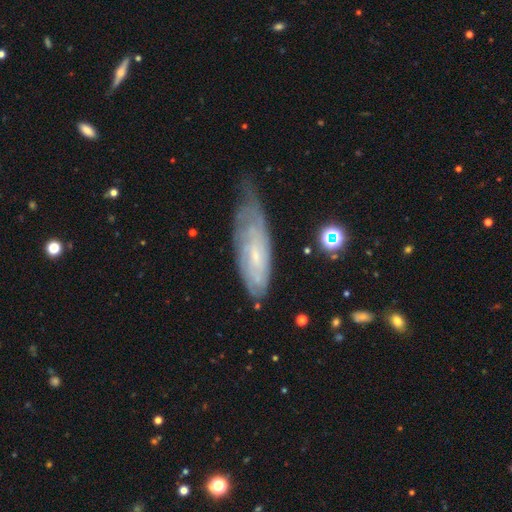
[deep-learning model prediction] A featured or disk galaxy (66%) with no bar (59%), spiral arms (85%) and a small central bulge (70%).

Vote fractions:
- Smooth or featured? featured or disk: 66% / smooth: 26% / star or artifact: 8%
- Edge-on disk? no: 82% / yes: 18%
- Bar? no: 59% / weak: 34% / strong: 7%
- Spiral arms? yes: 85% / no: 15%
- Bulge size? small: 70% / moderate: 19% / none: 9% / large: 2% / dominant: 1%
- Merging? none: 48% / minor disturbance: 35% / major disturbance: 15% / merger: 2%